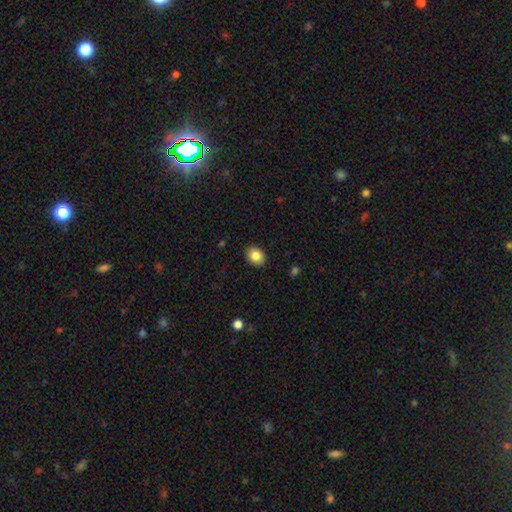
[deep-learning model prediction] Smooth or featured? Predicted: smooth (p=0.84). How rounded? Predicted: in between (p=0.52). Merging? Predicted: none (p=0.90).